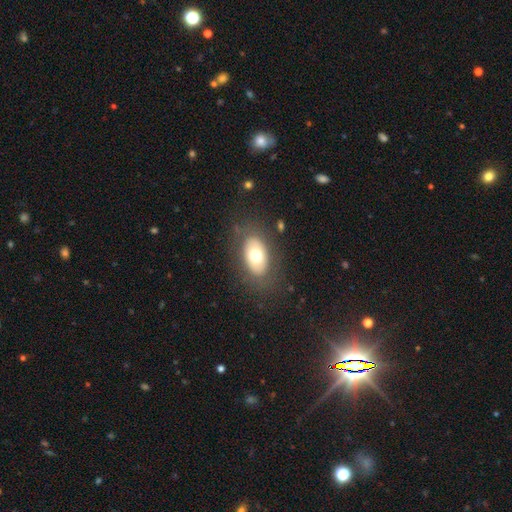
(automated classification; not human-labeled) Smooth or featured?
  - smooth: 66% *
  - featured or disk: 26%
  - star or artifact: 8%
How rounded?
  - in between: 88% *
  - round: 10%
  - cigar-shaped: 1%
Merging?
  - none: 81% *
  - minor disturbance: 12%
  - major disturbance: 6%
  - merger: 1%